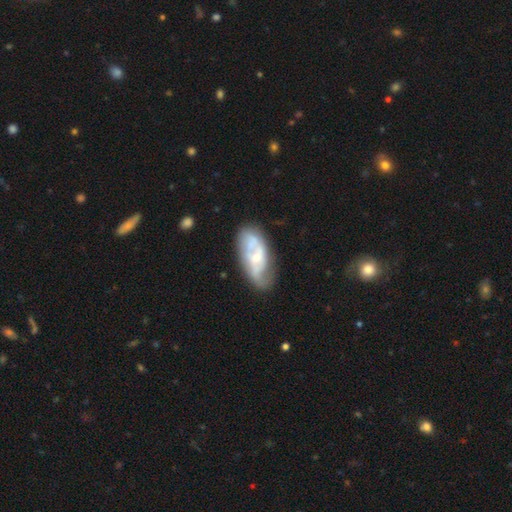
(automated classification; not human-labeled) This is likely a featured or disk galaxy (64%). It is clearly not viewed edge-on (93%). Bar: possibly no (59%). Spiral arm pattern: likely yes (70%). Central bulge: possibly small (50%). Merging: possibly none (57%).